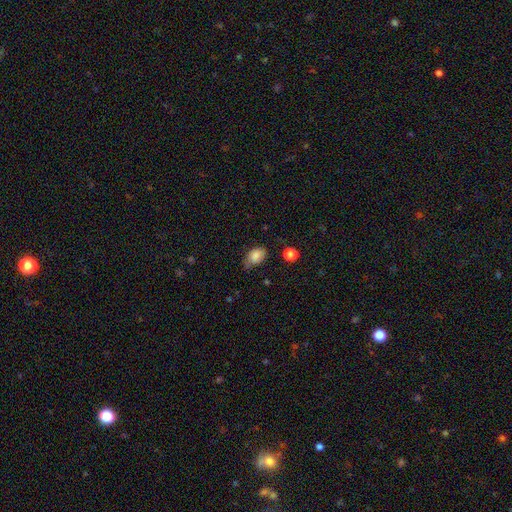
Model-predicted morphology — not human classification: A smooth galaxy with no disk features (81%) that is in between round and cigar-shaped (79%).

Vote fractions:
- Smooth or featured? smooth: 81% / featured or disk: 10% / star or artifact: 9%
- How rounded? in between: 79% / round: 19% / cigar-shaped: 1%
- Merging? none: 51% / minor disturbance: 37% / major disturbance: 10% / merger: 3%